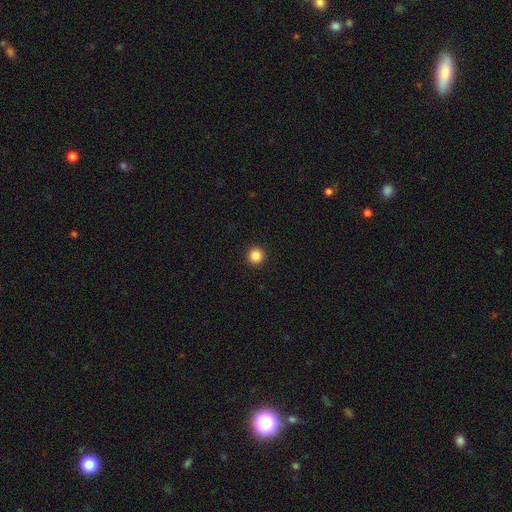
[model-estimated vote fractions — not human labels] Smooth or featured: smooth — 86% (star or artifact — 10%)
How rounded: round — 96% (in between — 3%)
Merging: none — 94% (minor disturbance — 4%)